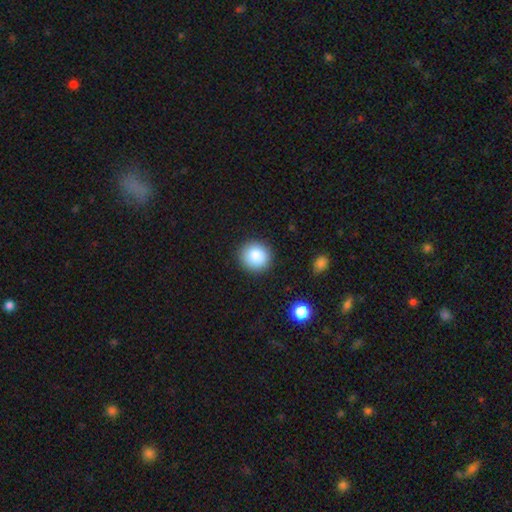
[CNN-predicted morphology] smooth 86%, star or artifact 9%, featured or disk 5%. Down the decision tree: how rounded — round (92%); merging — none (90%).